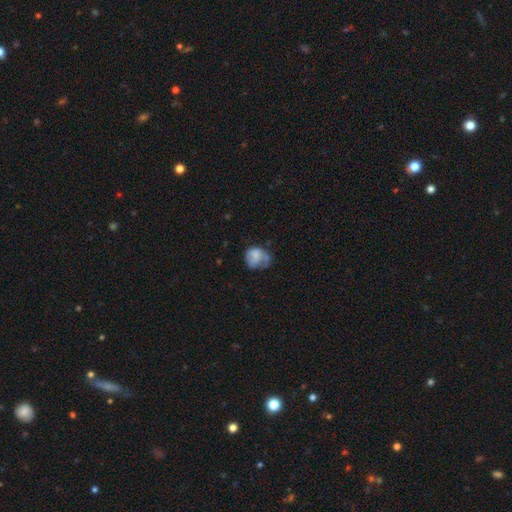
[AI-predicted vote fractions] Smooth or featured? Predicted: smooth (p=0.63). How rounded? Predicted: round (p=0.61). Merging? Predicted: none (p=0.34).